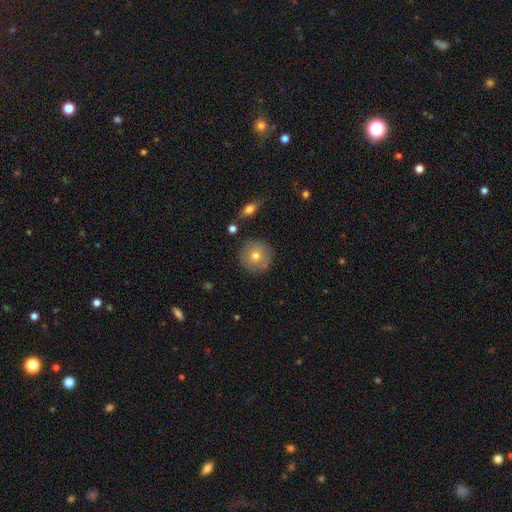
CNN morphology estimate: This is likely a smooth galaxy (71%). How rounded: clearly round (95%). Merging: clearly none (87%).